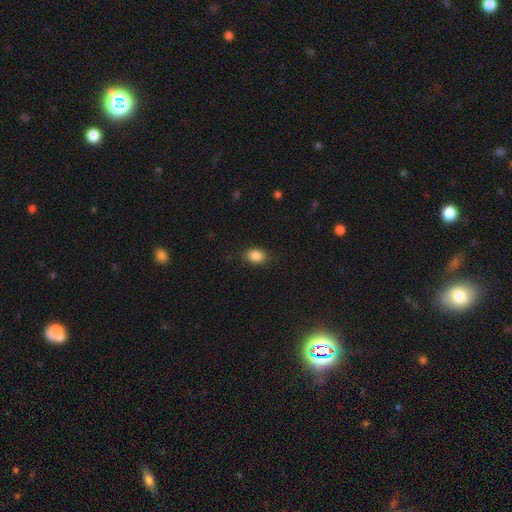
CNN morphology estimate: type=smooth (87%); roundness=in between (75%); merging=none (85%).